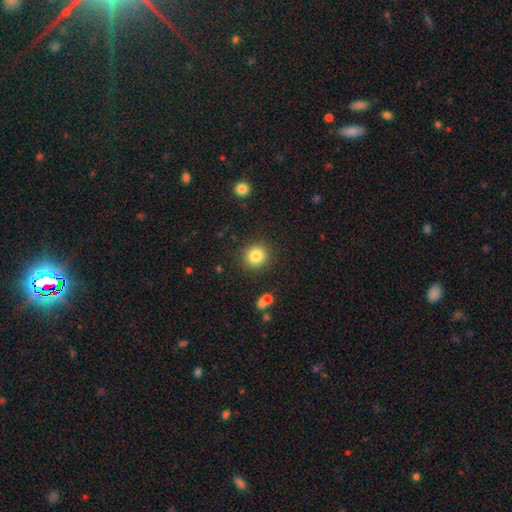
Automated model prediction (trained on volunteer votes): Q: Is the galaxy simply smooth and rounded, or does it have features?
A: smooth — 82%.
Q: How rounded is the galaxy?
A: round — 89%.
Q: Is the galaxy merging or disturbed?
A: none — 88%.